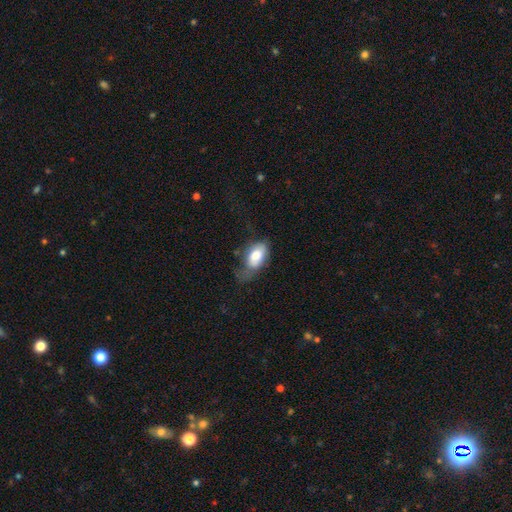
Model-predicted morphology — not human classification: smooth-or-featured: smooth: 74% | featured or disk: 19% | star or artifact: 7%
  how-rounded: in between: 91% | round: 6% | cigar-shaped: 3%
  merging: minor disturbance: 34% | major disturbance: 33% | none: 30% | merger: 3%